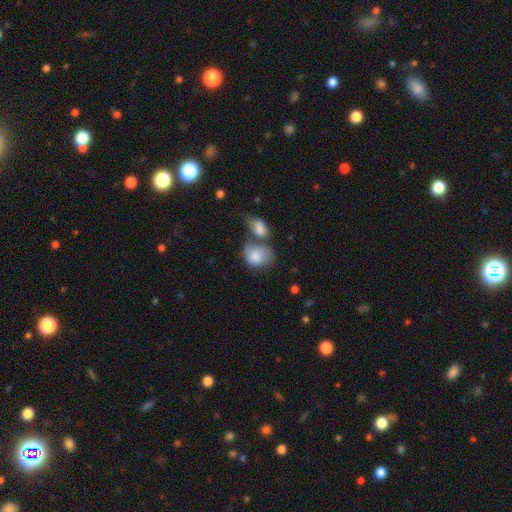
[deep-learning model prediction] Q: Smooth or featured?
A: smooth (80%); runner-up: featured or disk (13%)
Q: How rounded?
A: in between (60%); runner-up: round (39%)
Q: Merging?
A: merger (45%); runner-up: none (27%)